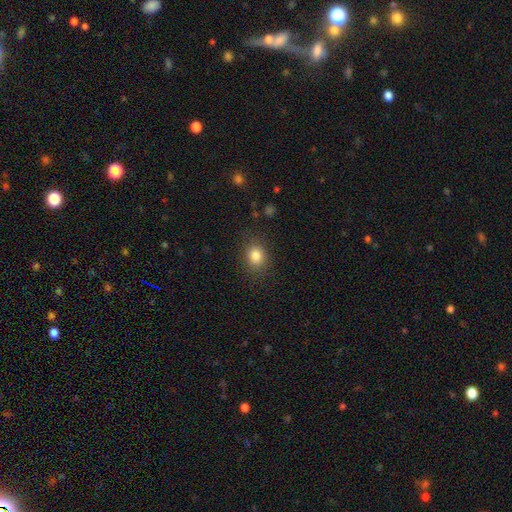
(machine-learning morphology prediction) A smooth galaxy with no disk features (83%) that is round (57%).

Vote fractions:
- Smooth or featured? smooth: 83% / star or artifact: 11% / featured or disk: 6%
- How rounded? round: 57% / in between: 42% / cigar-shaped: 1%
- Merging? none: 84% / minor disturbance: 11% / major disturbance: 4% / merger: 1%